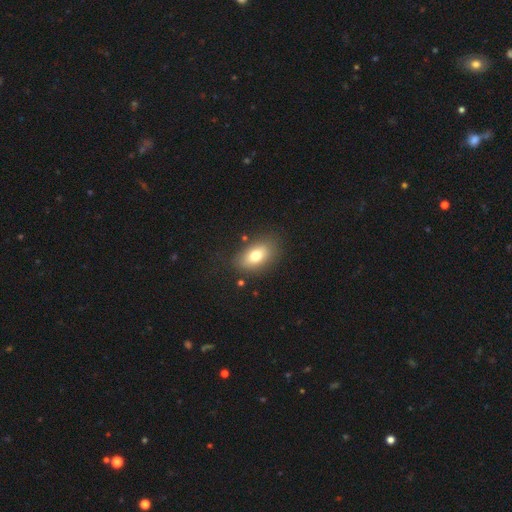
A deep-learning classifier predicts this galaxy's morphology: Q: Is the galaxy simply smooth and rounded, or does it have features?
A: smooth — 74%.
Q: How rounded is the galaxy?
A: in between — 86%.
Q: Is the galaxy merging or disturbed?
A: none — 80%.